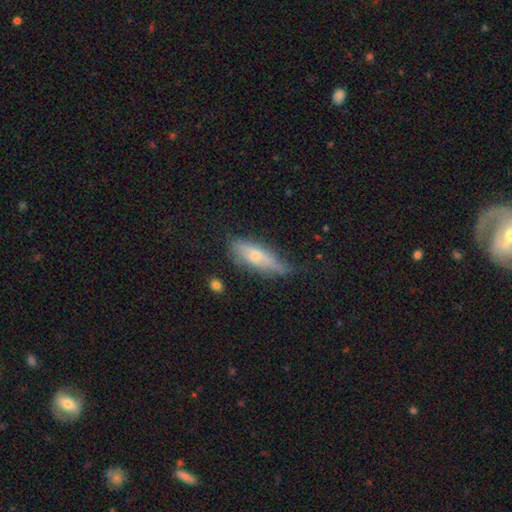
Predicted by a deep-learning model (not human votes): Overall: smooth (59%; featured or disk 33%). How rounded: cigar-shaped (51%; in between 47%). Merging: none (50%; minor disturbance 35%).